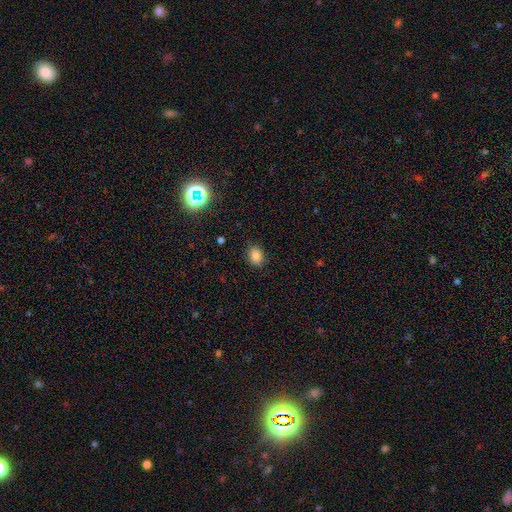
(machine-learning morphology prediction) type=smooth (84%); roundness=in between (66%); merging=none (84%).